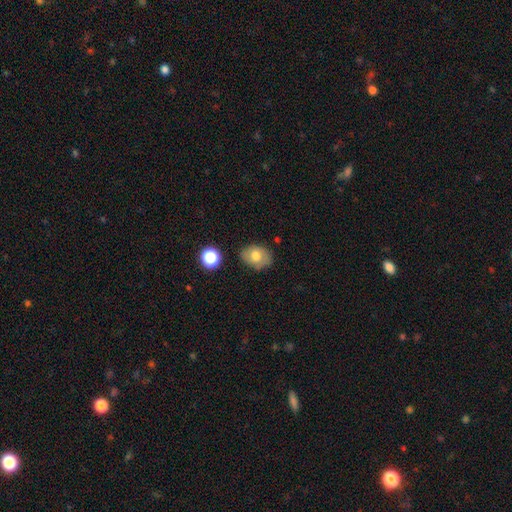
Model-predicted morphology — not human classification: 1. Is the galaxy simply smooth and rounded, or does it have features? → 70% smooth, 20% featured or disk, 10% star or artifact.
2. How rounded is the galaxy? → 67% in between, 32% round, 1% cigar-shaped.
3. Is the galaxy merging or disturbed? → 78% none, 16% minor disturbance, 4% major disturbance, 3% merger.